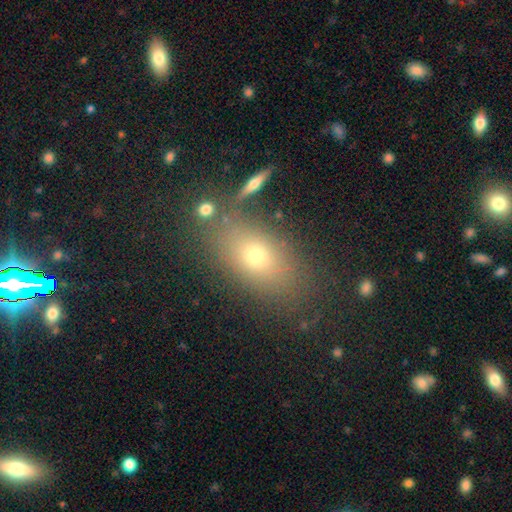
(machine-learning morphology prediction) Smooth or featured? smooth (68%)
How rounded? in between (79%)
Merging? none (74%)